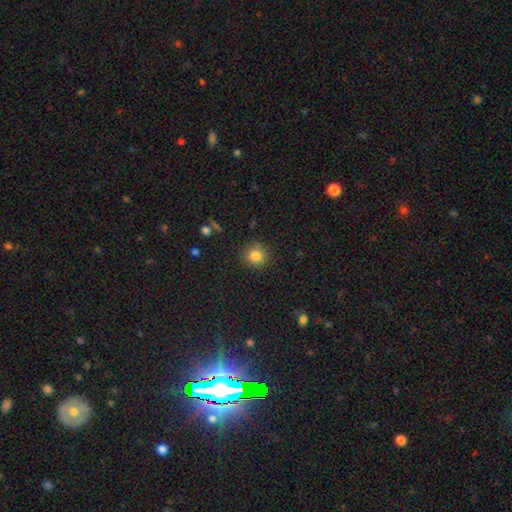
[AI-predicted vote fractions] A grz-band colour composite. It shows a smooth galaxy with no disk features (83%) that is round (89%). Merging: none (85%).